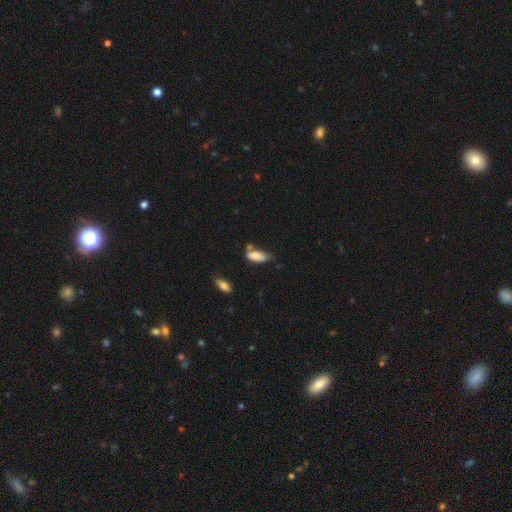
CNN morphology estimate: A smooth galaxy with no disk features (82%) that is in between round and cigar-shaped (85%).

Vote fractions:
- Smooth or featured? smooth: 82% / featured or disk: 11% / star or artifact: 8%
- How rounded? in between: 85% / cigar-shaped: 13% / round: 3%
- Merging? none: 39% / minor disturbance: 35% / merger: 16% / major disturbance: 11%